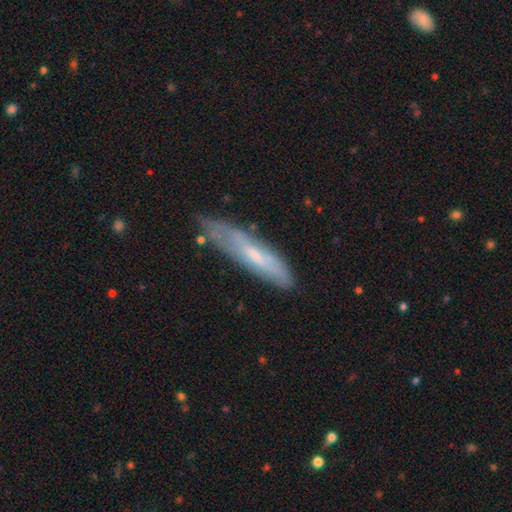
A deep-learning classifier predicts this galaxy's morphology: smooth-or-featured: smooth: 51% | featured or disk: 42% | star or artifact: 7%
  how-rounded: cigar-shaped: 78% | in between: 21% | round: 1%
  merging: none: 60% | minor disturbance: 29% | major disturbance: 8% | merger: 3%